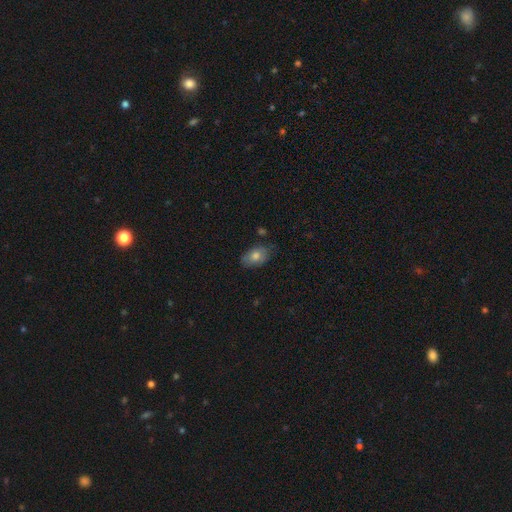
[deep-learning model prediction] Smooth or featured?
  - smooth: 75% *
  - featured or disk: 17%
  - star or artifact: 8%
How rounded?
  - in between: 87% *
  - round: 12%
  - cigar-shaped: 1%
Merging?
  - none: 72% *
  - minor disturbance: 21%
  - major disturbance: 4%
  - merger: 2%